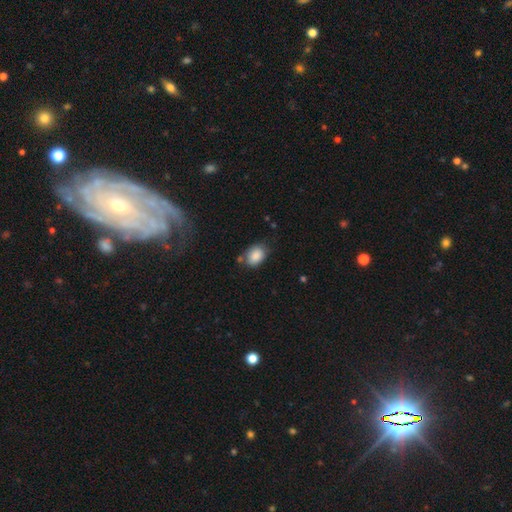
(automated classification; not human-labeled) Smooth or featured? Predicted: smooth (p=0.87). How rounded? Predicted: in between (p=0.76). Merging? Predicted: none (p=0.65).